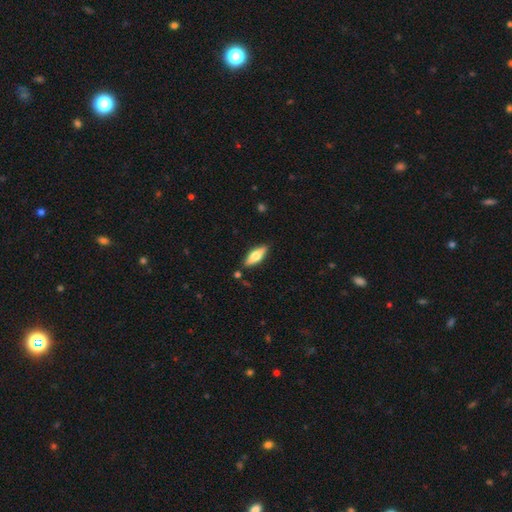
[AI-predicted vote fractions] A smooth galaxy with no disk features (56%) that is in between round and cigar-shaped (58%). Merging: none (85%).